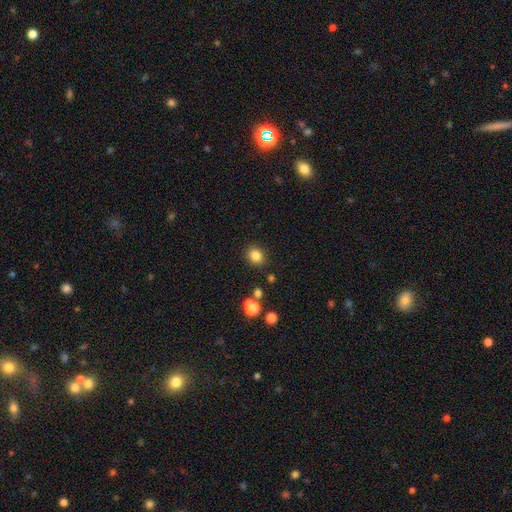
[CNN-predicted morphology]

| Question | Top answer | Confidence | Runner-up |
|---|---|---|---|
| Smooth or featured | smooth | 83% | star or artifact (12%) |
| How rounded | round | 67% | in between (32%) |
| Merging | none | 87% | minor disturbance (8%) |